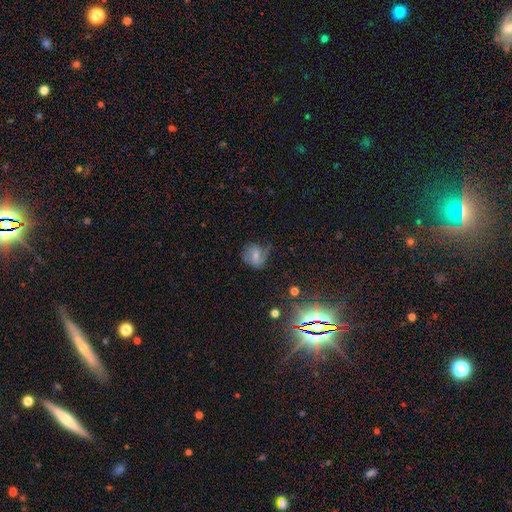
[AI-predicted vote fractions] This appears to be a featured or disk galaxy (50%). Merging: none (52%).